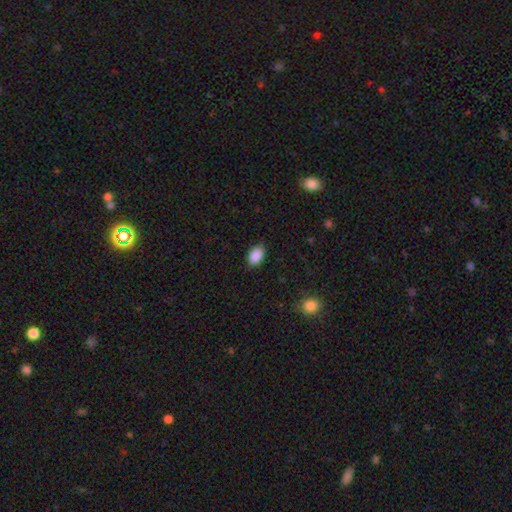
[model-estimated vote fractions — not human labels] This is clearly a smooth galaxy (90%). How rounded: clearly in between (87%). Merging: clearly none (86%).